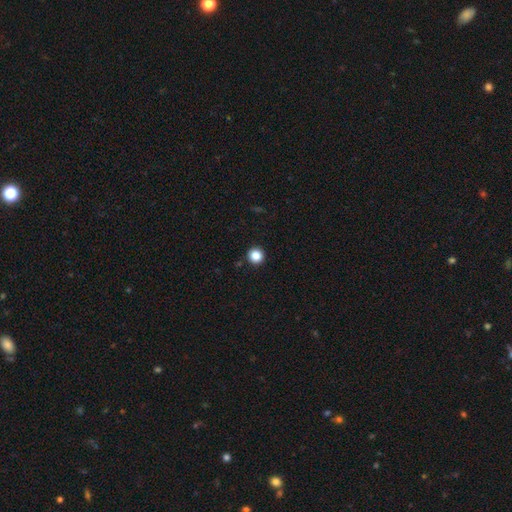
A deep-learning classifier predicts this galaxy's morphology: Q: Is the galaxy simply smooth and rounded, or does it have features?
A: smooth — 86%.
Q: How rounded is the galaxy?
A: round — 96%.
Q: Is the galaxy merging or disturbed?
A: none — 93%.